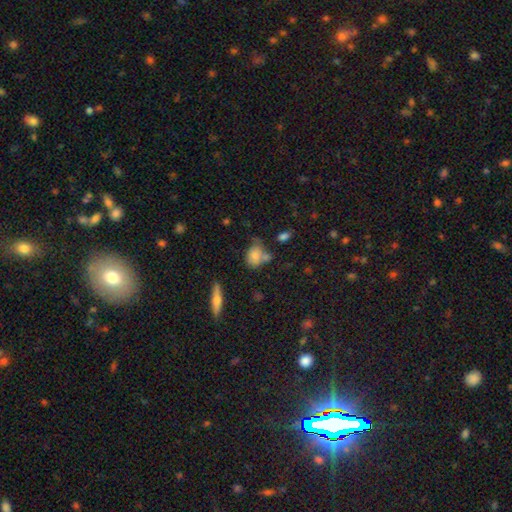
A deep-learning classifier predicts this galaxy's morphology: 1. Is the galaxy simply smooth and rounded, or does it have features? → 76% smooth, 14% featured or disk, 10% star or artifact.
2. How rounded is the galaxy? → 62% in between, 35% round, 3% cigar-shaped.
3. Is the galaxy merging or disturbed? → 44% none, 26% minor disturbance, 21% merger, 10% major disturbance.